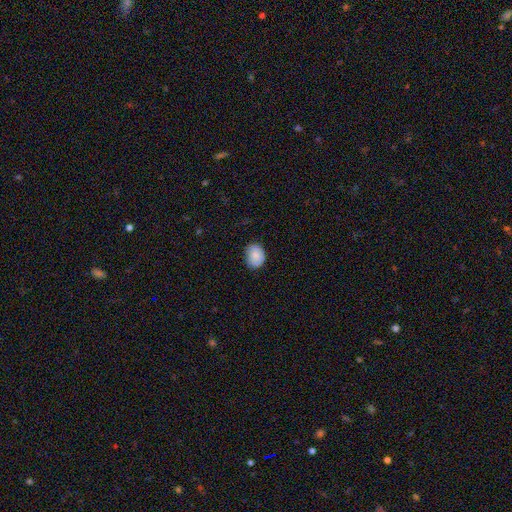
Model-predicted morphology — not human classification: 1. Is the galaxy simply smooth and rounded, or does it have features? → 79% smooth, 14% featured or disk, 7% star or artifact.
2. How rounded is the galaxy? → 50% round, 49% in between, 1% cigar-shaped.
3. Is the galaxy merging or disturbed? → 72% none, 22% minor disturbance, 4% major disturbance, 1% merger.